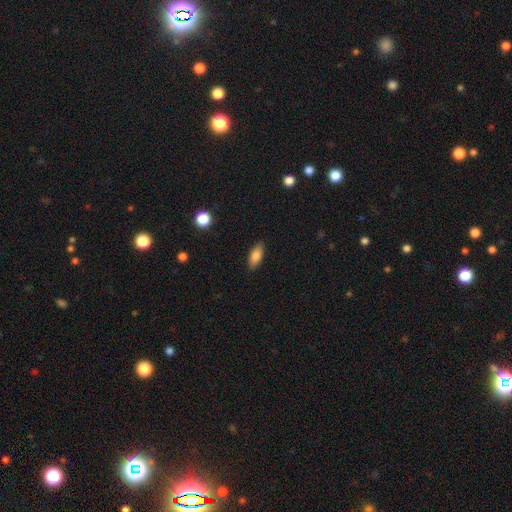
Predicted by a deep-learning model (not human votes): This appears to be a smooth galaxy with no disk features (83%) that is in between round and cigar-shaped (81%). Merging: none (87%).